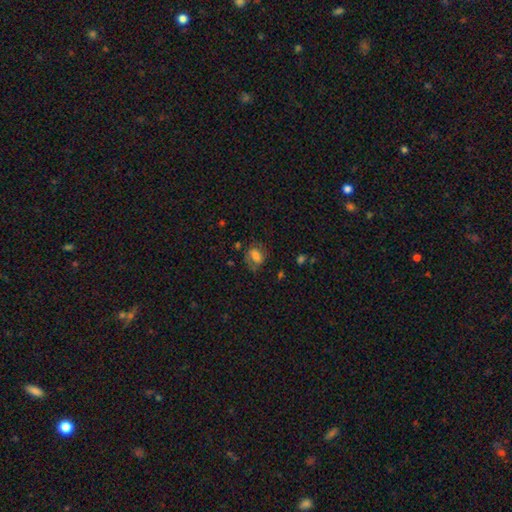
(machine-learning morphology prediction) Overall: smooth (64%; featured or disk 25%). How rounded: in between (73%). Merging: none (53%; minor disturbance 25%).